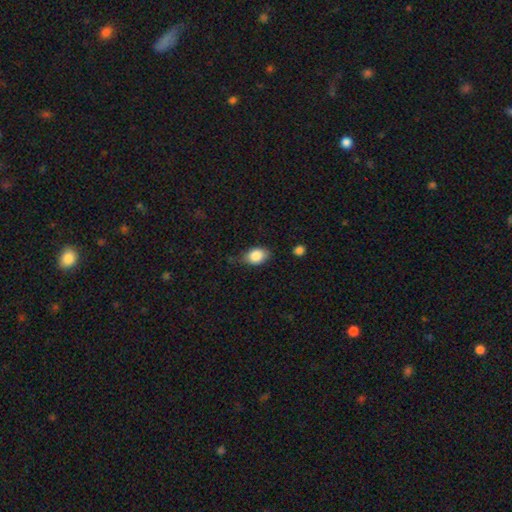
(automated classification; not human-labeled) This appears to be a smooth galaxy with no disk features (85%) that is in between round and cigar-shaped (75%). Merging: none (63%).